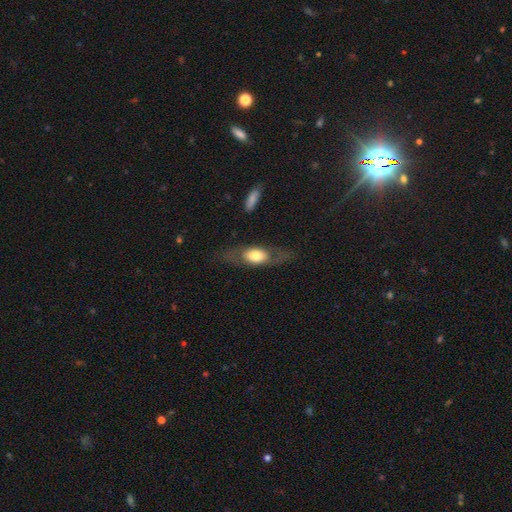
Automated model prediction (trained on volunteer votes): smooth_or_featured: smooth (p=0.49) [alt: featured or disk p=0.45]
merging: none (p=0.70) [alt: minor disturbance p=0.16]